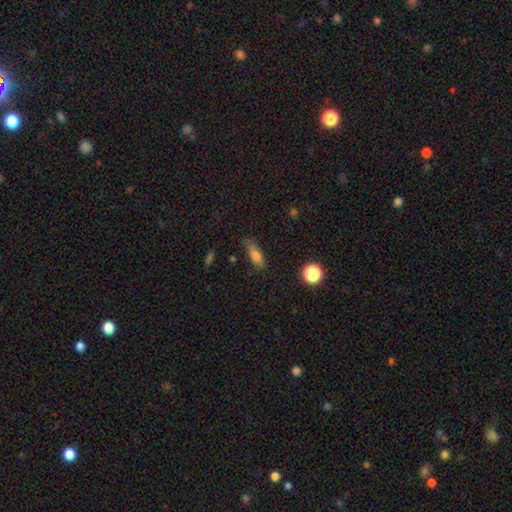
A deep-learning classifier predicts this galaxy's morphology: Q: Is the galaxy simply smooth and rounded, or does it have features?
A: smooth — 77%.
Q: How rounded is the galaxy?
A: in between — 58%.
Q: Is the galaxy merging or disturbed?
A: none — 73%.